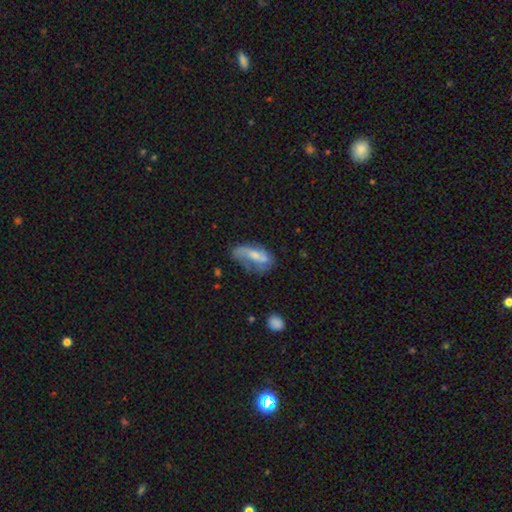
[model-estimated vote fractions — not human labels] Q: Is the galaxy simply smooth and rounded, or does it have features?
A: featured or disk — 48%.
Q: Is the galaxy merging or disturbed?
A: none — 37%.